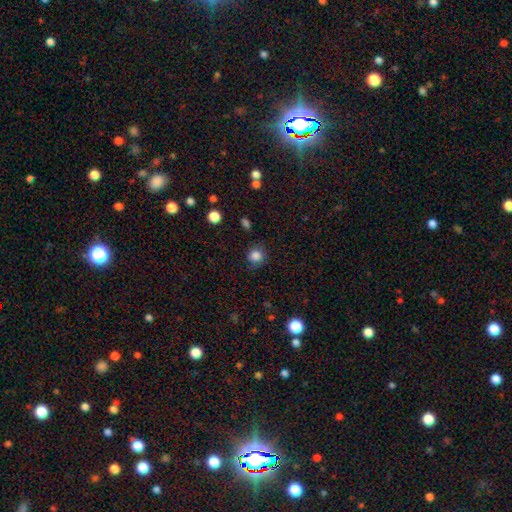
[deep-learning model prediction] Overall: smooth (84%). How rounded: round (85%). Merging: none (79%).